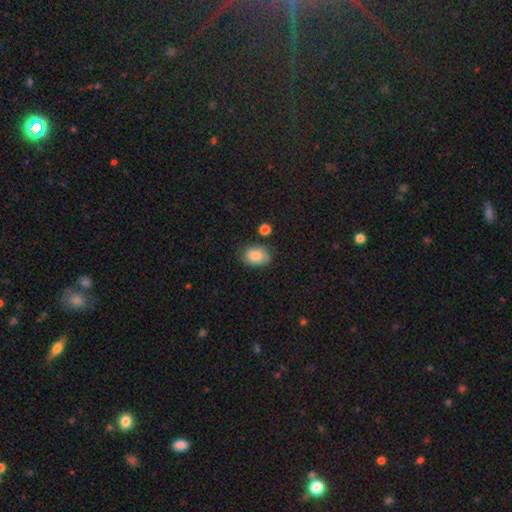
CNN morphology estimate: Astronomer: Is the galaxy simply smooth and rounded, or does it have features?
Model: smooth — 81%.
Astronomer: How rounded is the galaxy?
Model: in between — 76%.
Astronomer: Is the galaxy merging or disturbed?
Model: none — 67%.